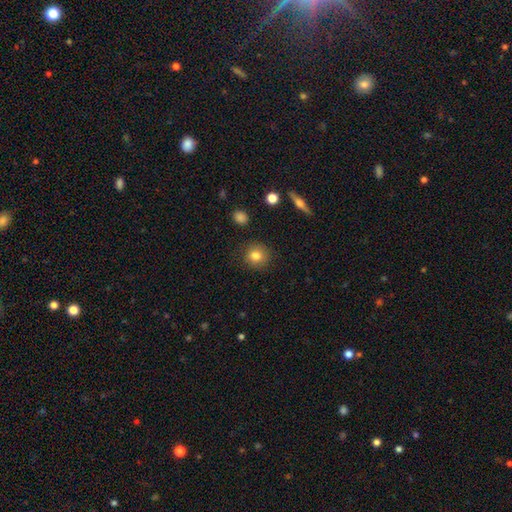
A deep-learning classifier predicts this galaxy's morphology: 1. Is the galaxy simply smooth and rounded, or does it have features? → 82% smooth, 10% star or artifact, 8% featured or disk.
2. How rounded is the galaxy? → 91% round, 8% in between, 1% cigar-shaped.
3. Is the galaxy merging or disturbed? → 88% none, 8% minor disturbance, 3% major disturbance, 2% merger.